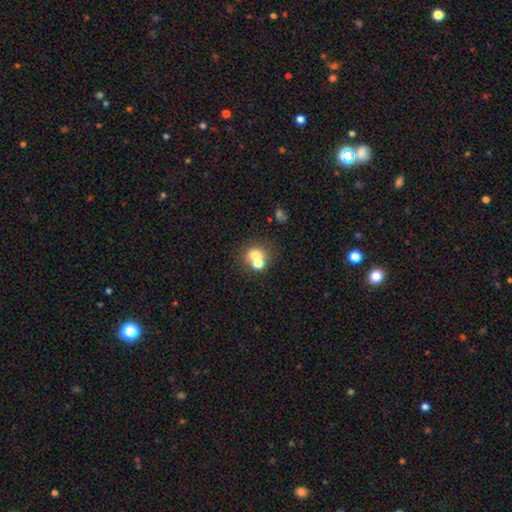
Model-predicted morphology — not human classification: Smooth or featured?
  - smooth: 66% *
  - featured or disk: 19%
  - star or artifact: 15%
How rounded?
  - round: 79% *
  - in between: 20%
  - cigar-shaped: 1%
Merging?
  - merger: 46% *
  - none: 43%
  - minor disturbance: 7%
  - major disturbance: 4%